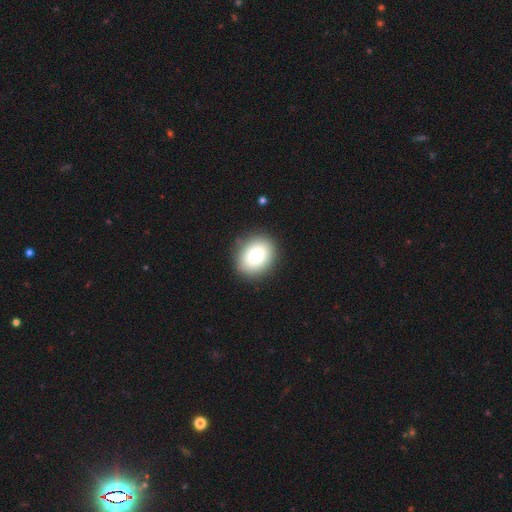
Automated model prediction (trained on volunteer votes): Smooth or featured: smooth — 77% (featured or disk — 13%)
How rounded: round — 58% (in between — 41%)
Merging: none — 88% (minor disturbance — 8%)